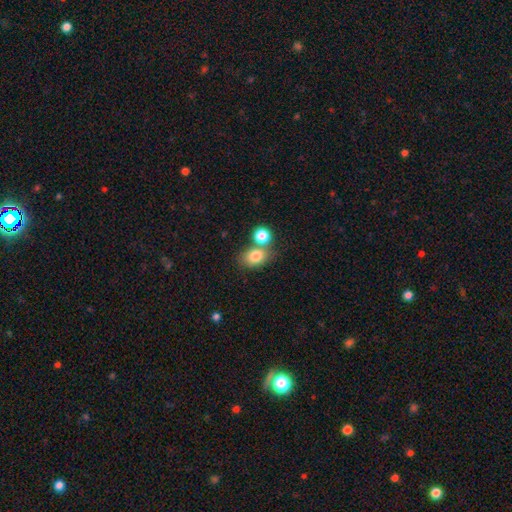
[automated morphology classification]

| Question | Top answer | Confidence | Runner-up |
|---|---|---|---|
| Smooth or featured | smooth | 80% | star or artifact (10%) |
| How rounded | in between | 57% | round (42%) |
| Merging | none | 52% | merger (33%) |